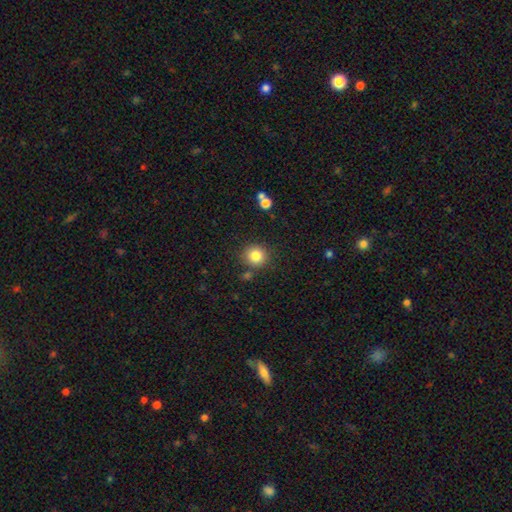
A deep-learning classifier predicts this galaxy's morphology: This is clearly a smooth galaxy (83%). How rounded: clearly round (90%). Merging: clearly none (82%).